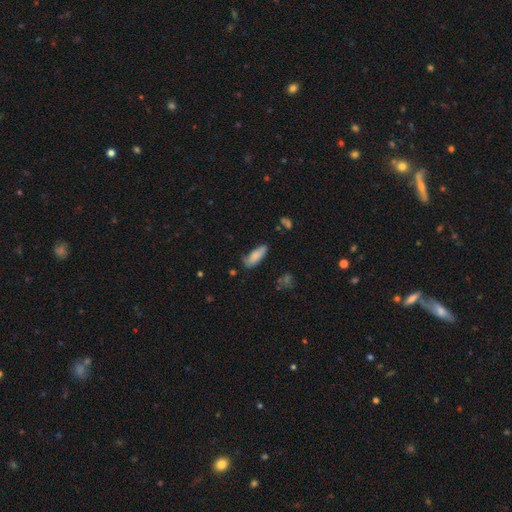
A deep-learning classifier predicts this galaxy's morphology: Smooth or featured: smooth — 82% (featured or disk — 11%)
How rounded: in between — 66% (cigar-shaped — 32%)
Merging: none — 58% (minor disturbance — 30%)